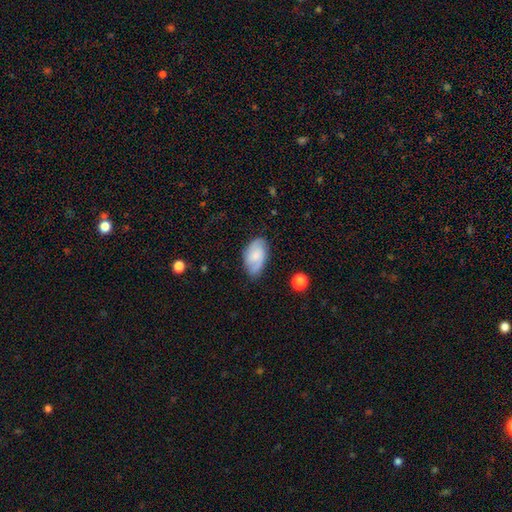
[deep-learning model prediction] Morphology: type=smooth (47%); merging=none (74%).